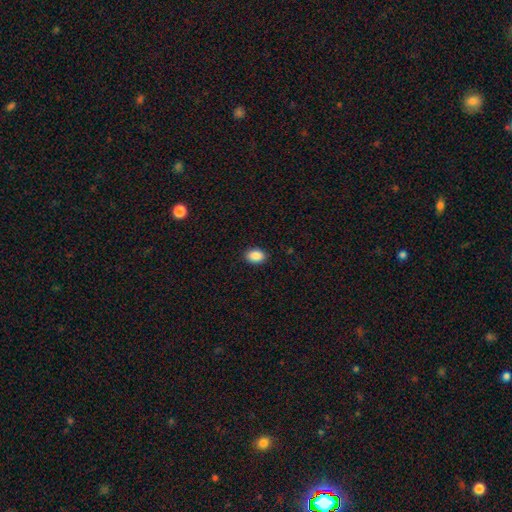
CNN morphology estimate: This appears to be a smooth galaxy with no disk features (89%) that is in between round and cigar-shaped (81%). Merging: none (90%).